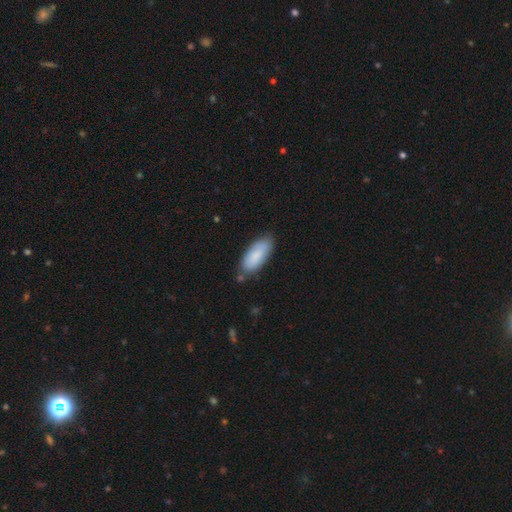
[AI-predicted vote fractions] smooth-or-featured: smooth: 83% | featured or disk: 12% | star or artifact: 6%
  how-rounded: in between: 82% | cigar-shaped: 16% | round: 2%
  merging: none: 73% | minor disturbance: 19% | merger: 4% | major disturbance: 3%